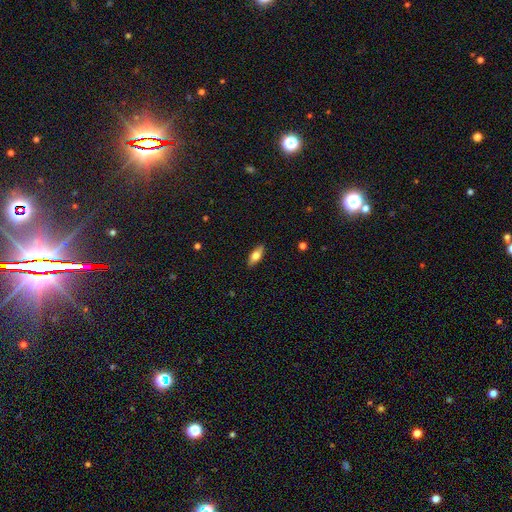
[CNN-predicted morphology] smooth_or_featured: smooth (p=0.70) [alt: featured or disk p=0.23]
how_rounded: in between (p=0.76) [alt: cigar-shaped p=0.21]
merging: none (p=0.88) [alt: minor disturbance p=0.09]